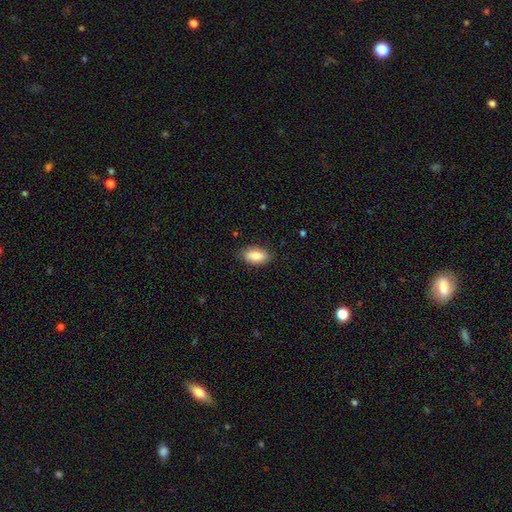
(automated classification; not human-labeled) The model was most divided on "merging": none: 83%, minor disturbance: 13%, major disturbance: 3%, merger: 1%. More confident: how rounded — in between (91%); smooth or featured — smooth (85%).